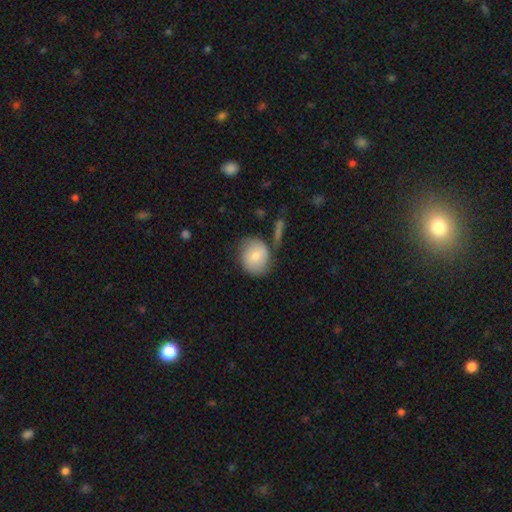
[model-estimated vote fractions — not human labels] Morphology: type=smooth (74%); roundness=round (76%); merging=none (65%).